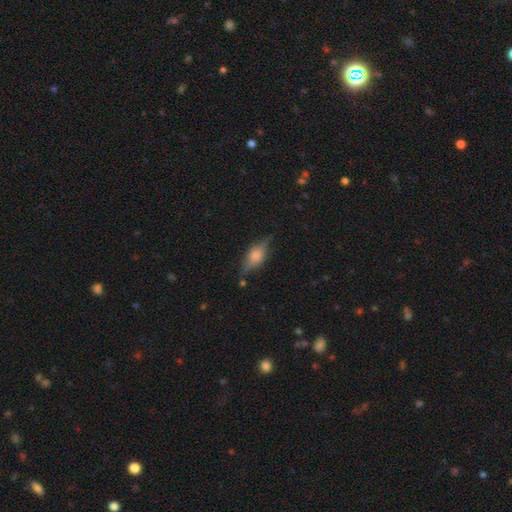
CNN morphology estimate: Smooth or featured? Predicted: featured or disk (p=0.54). Edge-on disk? Predicted: yes (p=0.91). Merging? Predicted: none (p=0.70).